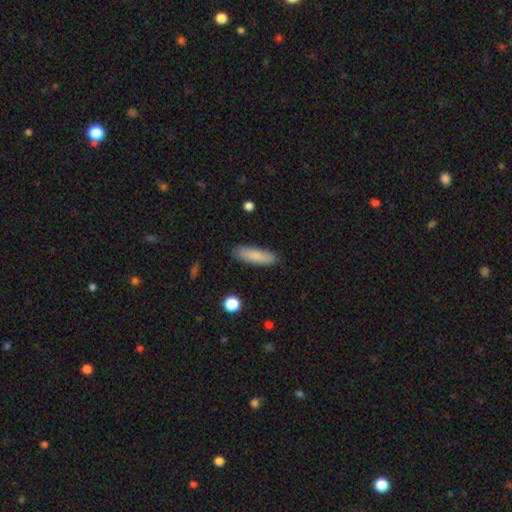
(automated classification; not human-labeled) The model was most divided on "how rounded": cigar-shaped: 60%, in between: 39%, round: 2%. More confident: merging — none (88%); smooth or featured — smooth (86%).